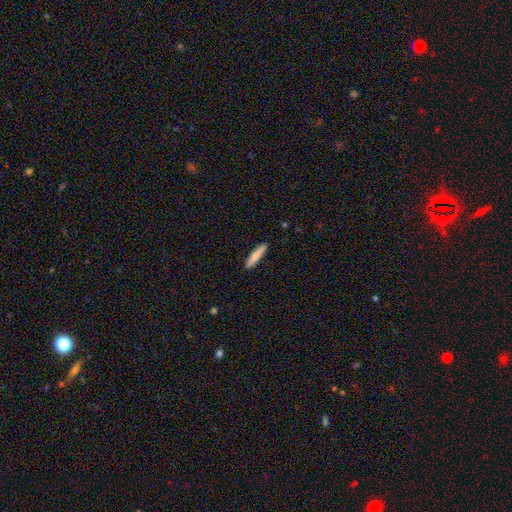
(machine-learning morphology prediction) Overall: smooth (79%). How rounded: cigar-shaped (86%). Merging: none (90%).